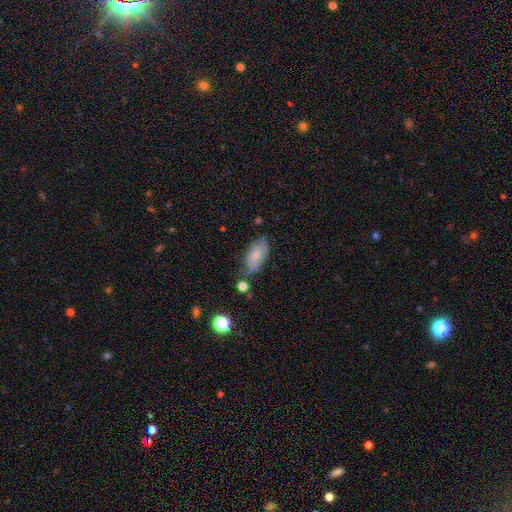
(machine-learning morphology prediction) smooth_or_featured: smooth (p=0.75) [alt: featured or disk p=0.17]
how_rounded: in between (p=0.92) [alt: cigar-shaped p=0.05]
merging: none (p=0.66) [alt: minor disturbance p=0.23]